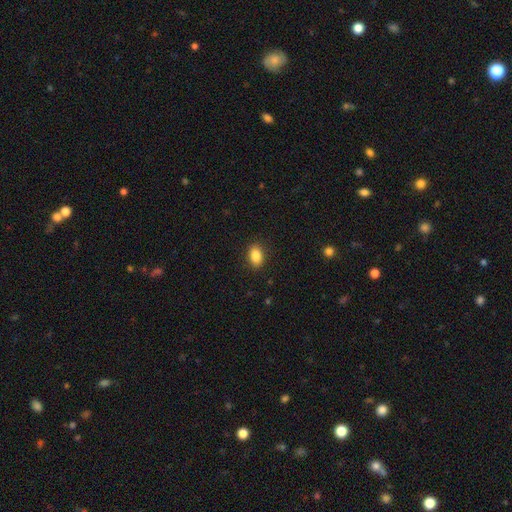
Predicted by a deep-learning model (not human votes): Q: Smooth or featured?
A: smooth (88%); runner-up: star or artifact (8%)
Q: How rounded?
A: in between (84%); runner-up: round (14%)
Q: Merging?
A: none (89%); runner-up: minor disturbance (8%)